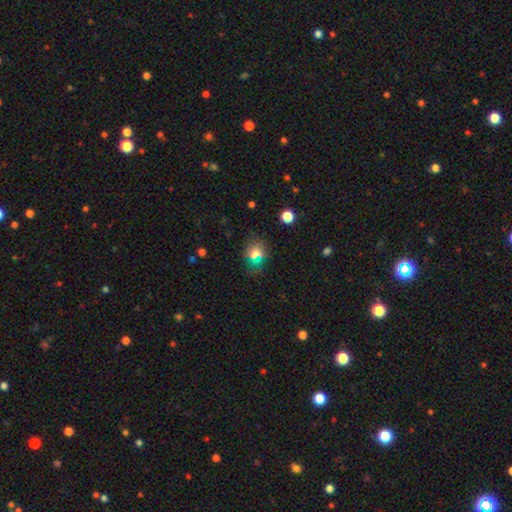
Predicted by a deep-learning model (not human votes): Smooth or featured: smooth — 69% (star or artifact — 19%)
How rounded: round — 57% (in between — 41%)
Merging: none — 74% (minor disturbance — 14%)